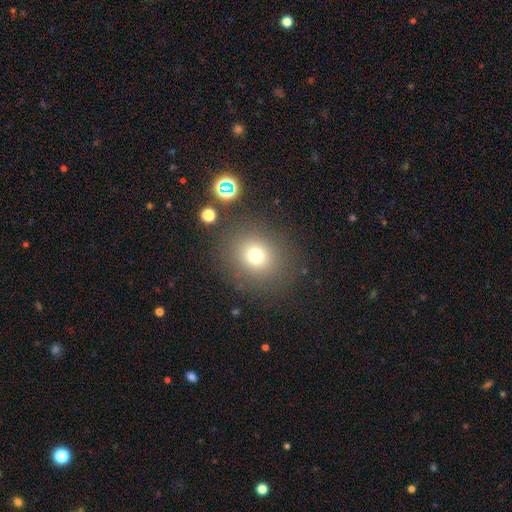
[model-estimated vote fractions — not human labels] Smooth or featured? smooth (73%)
How rounded? round (79%)
Merging? none (83%)